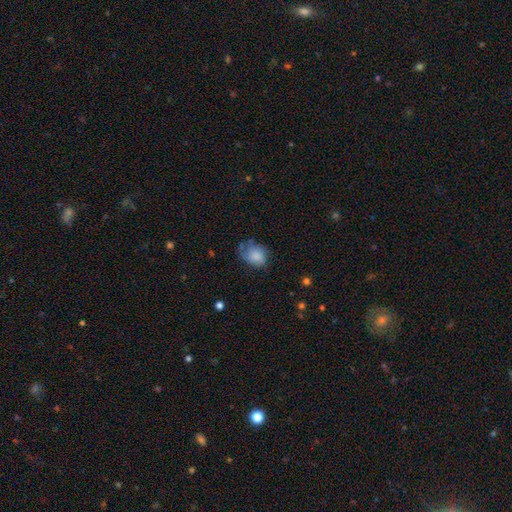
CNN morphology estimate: Q: Smooth or featured?
A: smooth (75%); runner-up: featured or disk (17%)
Q: How rounded?
A: in between (62%); runner-up: round (37%)
Q: Merging?
A: none (43%); runner-up: minor disturbance (35%)